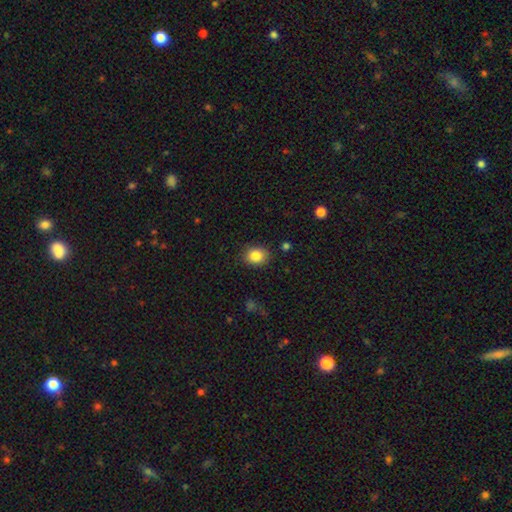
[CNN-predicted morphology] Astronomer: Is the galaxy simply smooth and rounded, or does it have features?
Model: smooth — 85%.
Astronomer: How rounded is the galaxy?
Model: round — 52% (runner-up: in between, 47%).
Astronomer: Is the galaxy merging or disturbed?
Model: none — 86%.